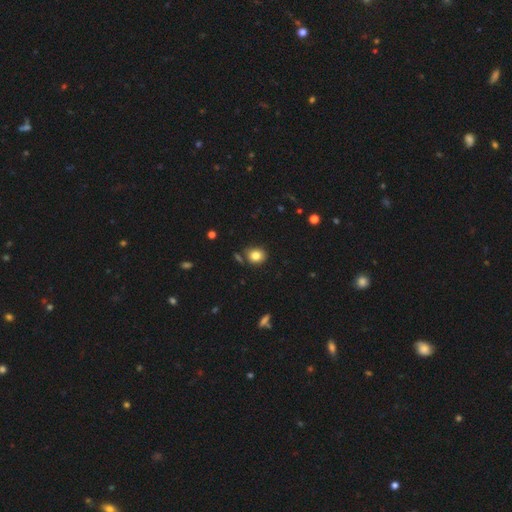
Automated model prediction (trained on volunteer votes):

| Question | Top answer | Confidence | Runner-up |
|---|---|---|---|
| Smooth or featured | smooth | 82% | star or artifact (11%) |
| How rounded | round | 71% | in between (28%) |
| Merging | none | 81% | minor disturbance (11%) |